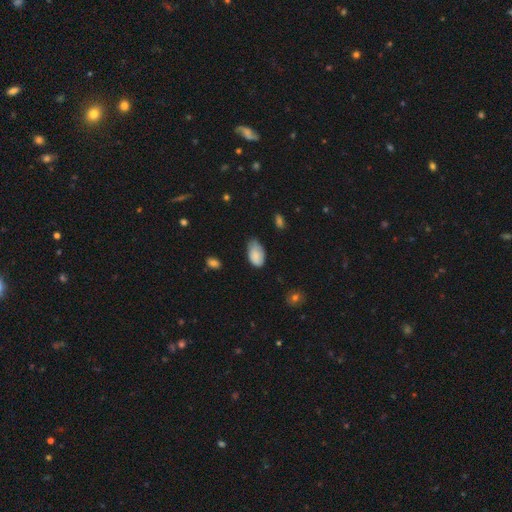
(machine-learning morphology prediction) A smooth galaxy with no disk features (82%) that is in between round and cigar-shaped (94%). Merging: minor disturbance (46%).